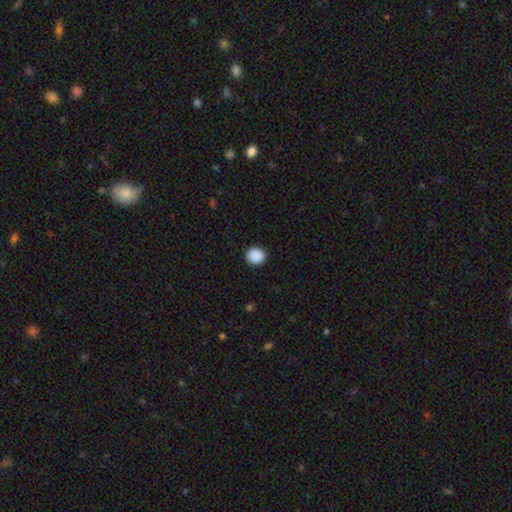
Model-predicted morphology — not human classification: This appears to be a smooth galaxy with no disk features (90%) that is round (86%). Merging: none (92%).